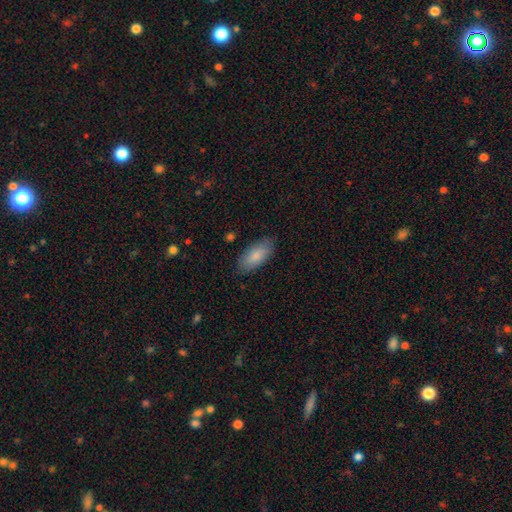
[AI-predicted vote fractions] Smooth or featured? smooth (85%)
How rounded? in between (89%)
Merging? none (84%)